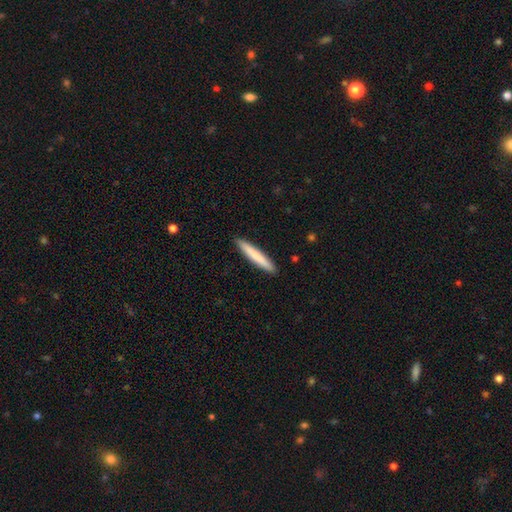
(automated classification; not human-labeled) Overall: smooth (79%). How rounded: cigar-shaped (95%). Merging: none (91%).